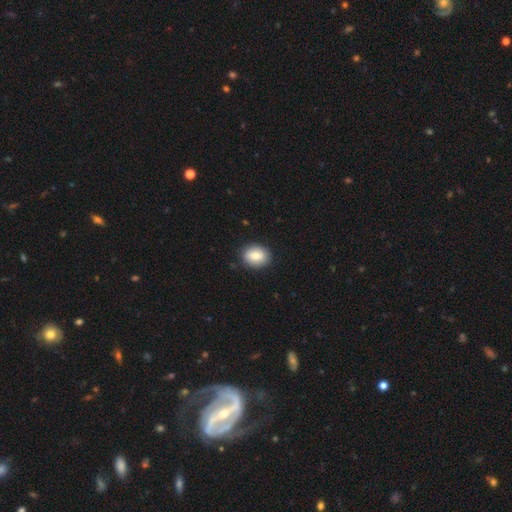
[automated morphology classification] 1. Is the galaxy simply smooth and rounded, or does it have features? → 81% smooth, 11% featured or disk, 8% star or artifact.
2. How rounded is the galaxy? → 53% in between, 46% round, 1% cigar-shaped.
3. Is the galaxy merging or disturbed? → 87% none, 9% minor disturbance, 2% major disturbance, 1% merger.